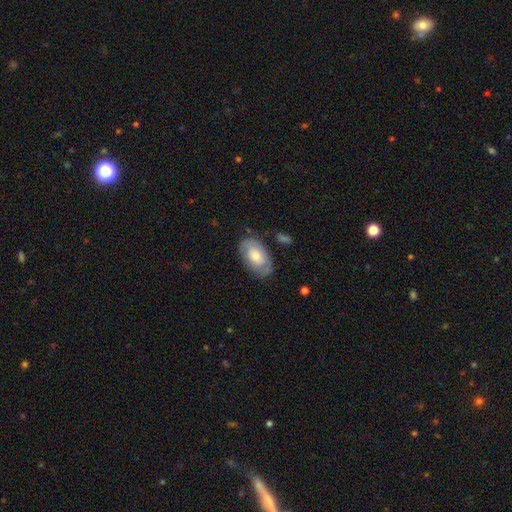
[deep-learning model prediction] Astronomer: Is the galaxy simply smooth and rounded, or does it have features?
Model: smooth — 55% (runner-up: featured or disk, 39%).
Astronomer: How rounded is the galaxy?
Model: in between — 93%.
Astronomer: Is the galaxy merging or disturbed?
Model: none — 74%.